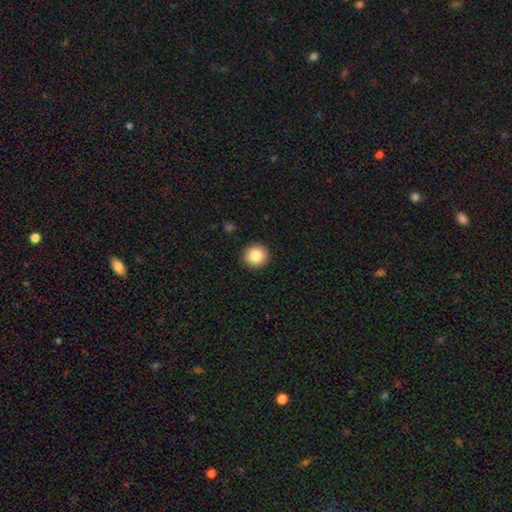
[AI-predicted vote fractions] This appears to be a smooth galaxy with no disk features (85%) that is round (94%). Merging: none (93%).